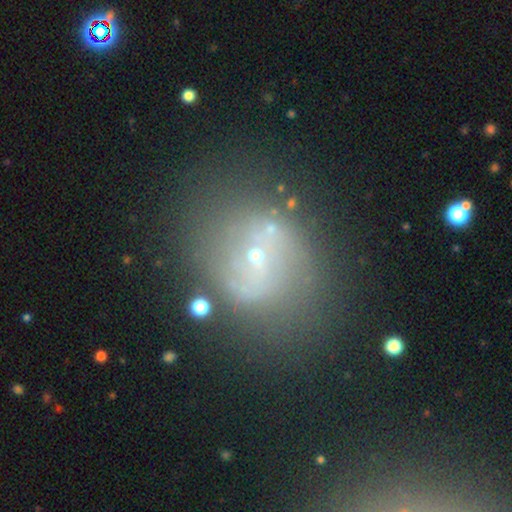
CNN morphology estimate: Smooth or featured: featured or disk — 53% (smooth — 28%)
Edge-on disk: no — 96% (yes — 4%)
Bar: no — 64% (weak — 28%)
Spiral arms: yes — 63% (no — 37%)
Bulge size: small — 76% (moderate — 15%)
Merging: none — 61% (minor disturbance — 19%)